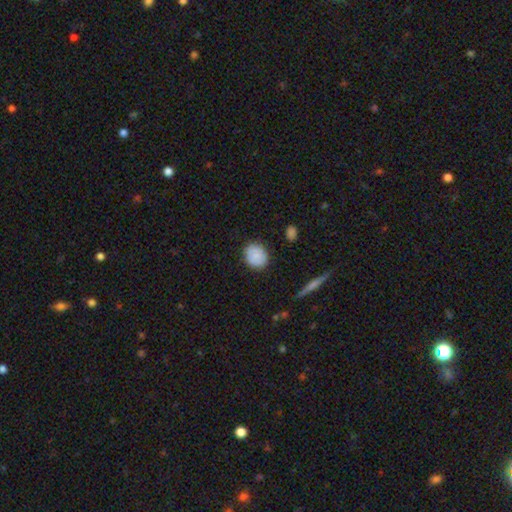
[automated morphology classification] smooth_or_featured: smooth (p=0.85) [alt: star or artifact p=0.08]
how_rounded: round (p=0.69) [alt: in between p=0.30]
merging: none (p=0.84) [alt: minor disturbance p=0.12]